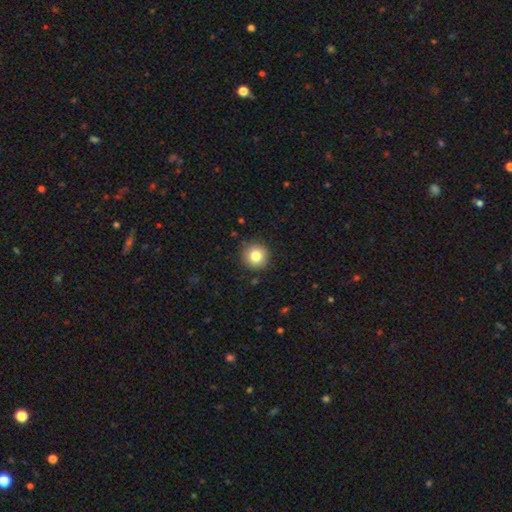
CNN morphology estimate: This appears to be a smooth galaxy with no disk features (82%) that is round (95%). Merging: none (90%).